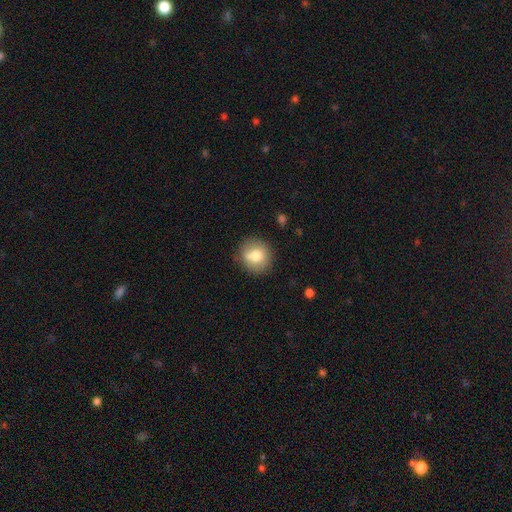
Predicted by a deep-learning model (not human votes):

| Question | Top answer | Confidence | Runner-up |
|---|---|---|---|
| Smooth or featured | smooth | 75% | featured or disk (16%) |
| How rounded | round | 83% | in between (16%) |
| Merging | none | 77% | minor disturbance (15%) |